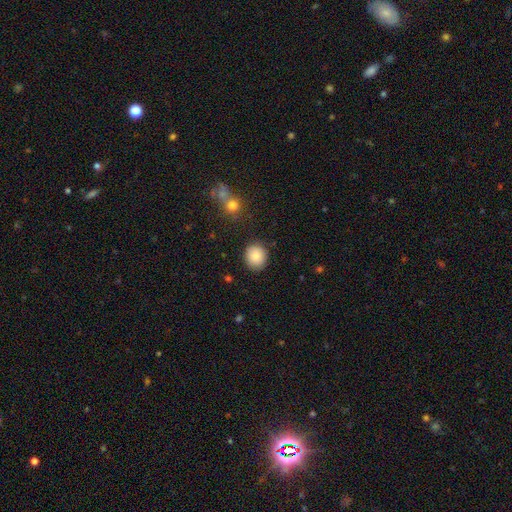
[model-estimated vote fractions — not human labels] Overall: smooth (85%). How rounded: round (77%). Merging: none (88%).